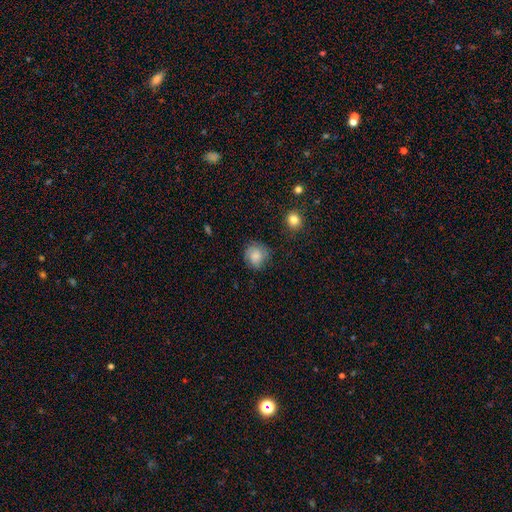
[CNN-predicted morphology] Smooth or featured?
  - smooth: 76% *
  - featured or disk: 15%
  - star or artifact: 9%
How rounded?
  - round: 82% *
  - in between: 17%
  - cigar-shaped: 1%
Merging?
  - none: 71% *
  - minor disturbance: 21%
  - major disturbance: 6%
  - merger: 2%